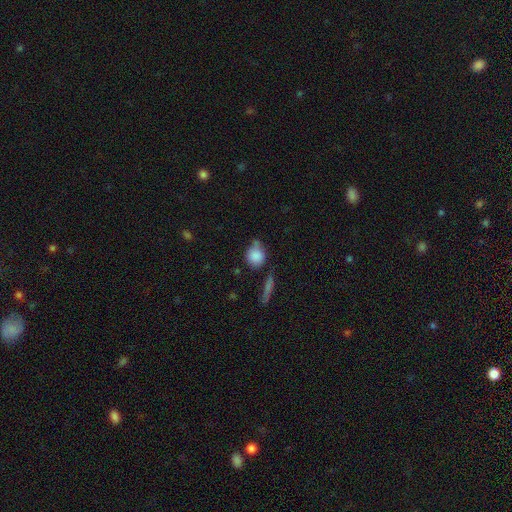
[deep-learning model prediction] Morphology: type=smooth (82%); roundness=round (70%); merging=none (53%).